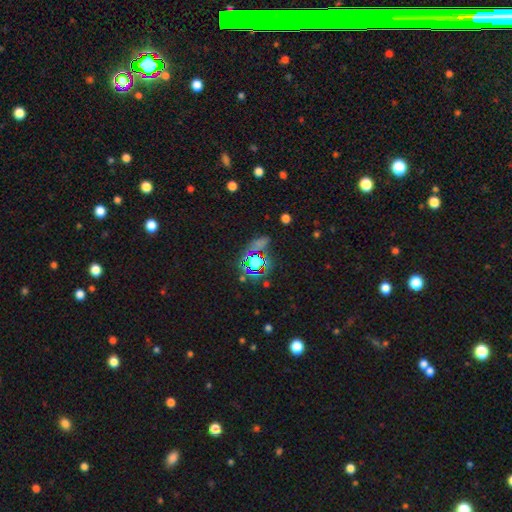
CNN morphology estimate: Smooth or featured? star or artifact (74%)